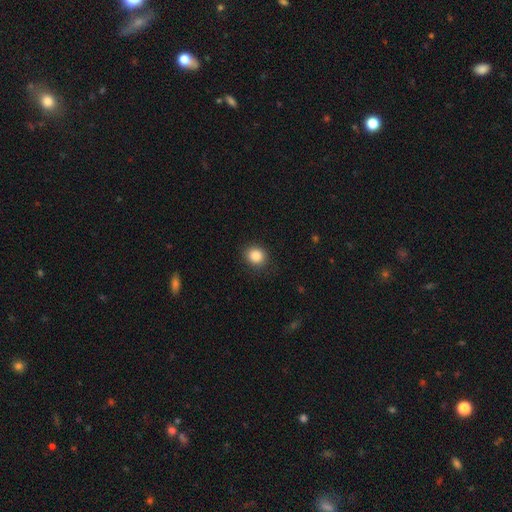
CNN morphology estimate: This is clearly a smooth galaxy (86%). How rounded: likely round (76%). Merging: clearly none (87%).